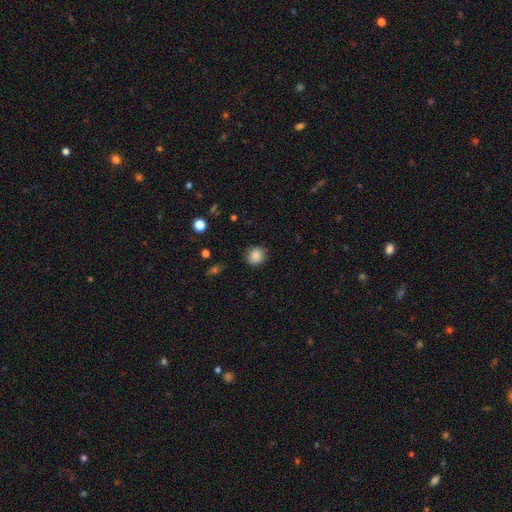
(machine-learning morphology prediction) Q: Smooth or featured?
A: smooth (87%); runner-up: star or artifact (9%)
Q: How rounded?
A: round (81%); runner-up: in between (18%)
Q: Merging?
A: none (84%); runner-up: minor disturbance (12%)